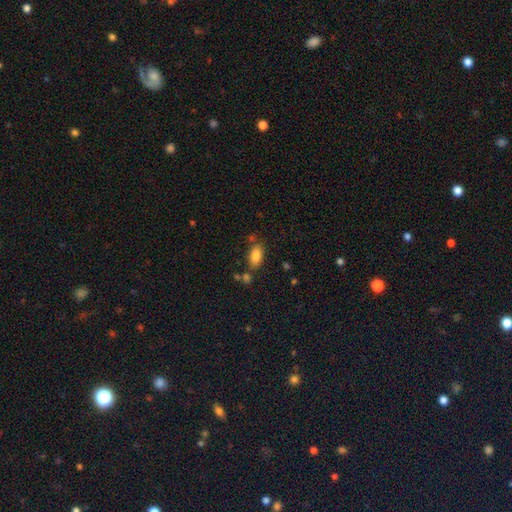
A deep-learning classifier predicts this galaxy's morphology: smooth-or-featured: smooth: 84% | star or artifact: 8% | featured or disk: 8%
  how-rounded: in between: 91% | cigar-shaped: 5% | round: 4%
  merging: none: 72% | minor disturbance: 14% | merger: 10% | major disturbance: 4%